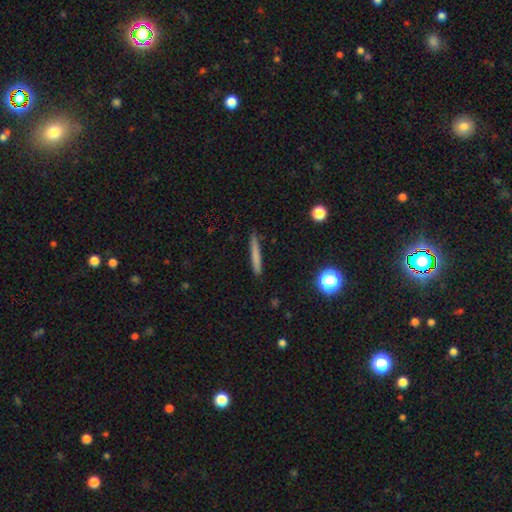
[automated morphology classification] Smooth or featured? Predicted: smooth (p=0.71). How rounded? Predicted: cigar-shaped (p=0.95). Merging? Predicted: none (p=0.88).